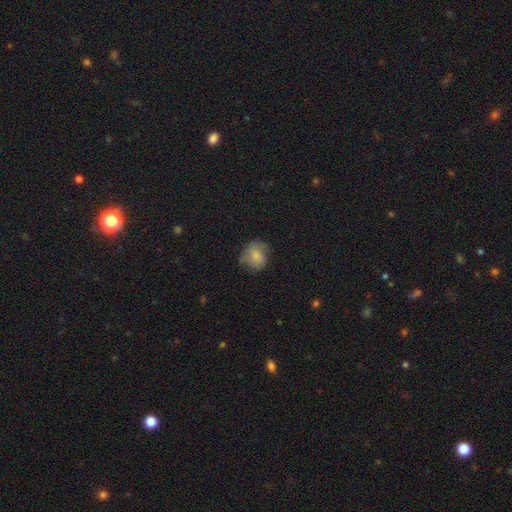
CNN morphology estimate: Q: Smooth or featured?
A: smooth (71%); runner-up: featured or disk (21%)
Q: How rounded?
A: round (66%); runner-up: in between (33%)
Q: Merging?
A: none (58%); runner-up: minor disturbance (30%)